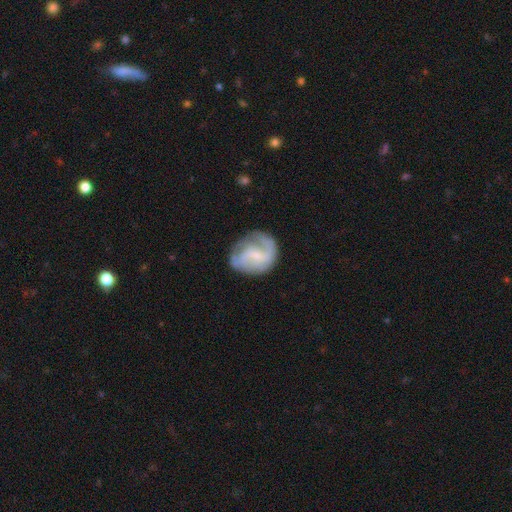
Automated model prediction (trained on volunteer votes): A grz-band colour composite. It shows a featured or disk galaxy (69%) with a weak bar (49%), 2 (56%) medium (43%) spiral arms (86%) and a small central bulge (63%). Merging: none (60%).